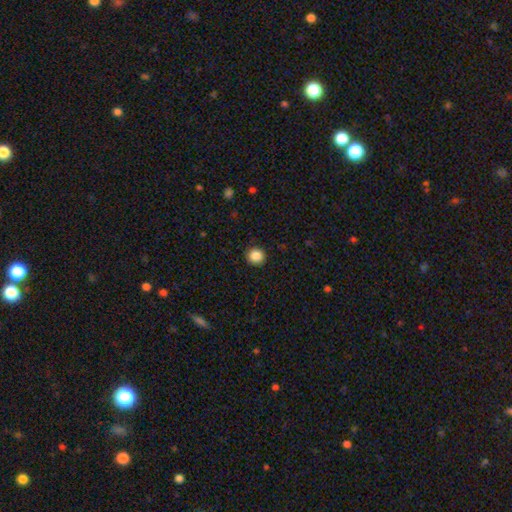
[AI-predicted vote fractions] A smooth galaxy with no disk features (86%) that is round (93%). Merging: none (91%).